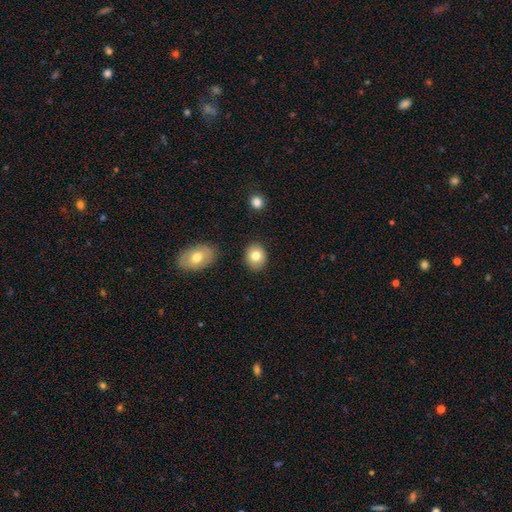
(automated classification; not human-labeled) This appears to be a smooth galaxy with no disk features (79%) that is round (52%). Merging: none (86%).